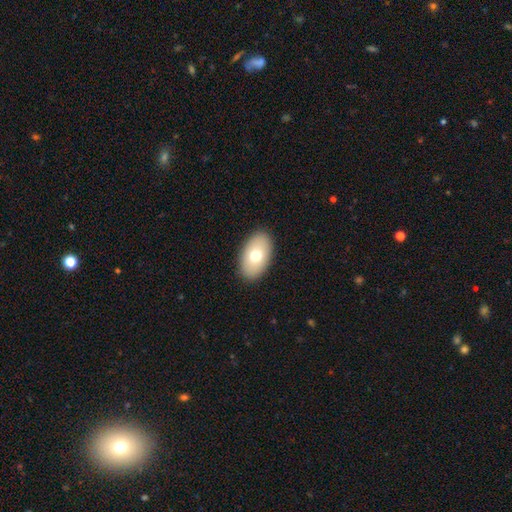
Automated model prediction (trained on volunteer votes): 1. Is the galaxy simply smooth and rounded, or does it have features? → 71% smooth, 21% featured or disk, 8% star or artifact.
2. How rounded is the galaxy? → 93% in between, 6% round, 1% cigar-shaped.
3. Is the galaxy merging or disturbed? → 89% none, 8% minor disturbance, 2% major disturbance, 1% merger.